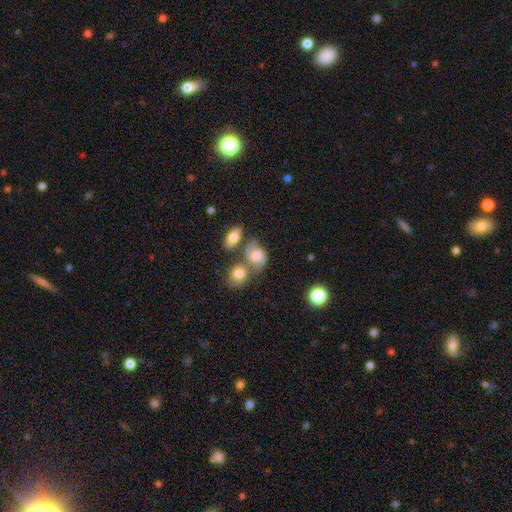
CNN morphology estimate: A featured or disk galaxy (51%). Merging: none (43%).